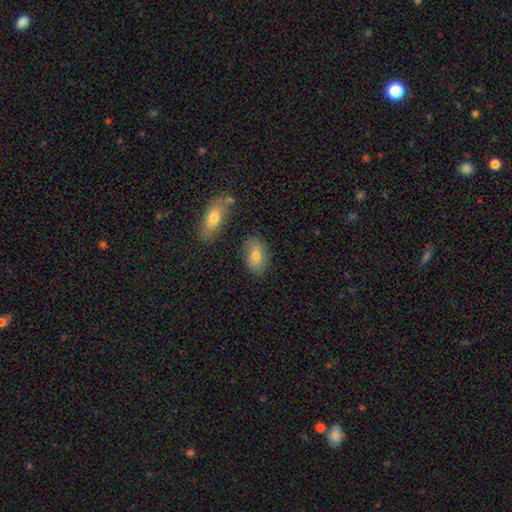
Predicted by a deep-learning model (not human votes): Q: Smooth or featured?
A: smooth (75%); runner-up: featured or disk (17%)
Q: How rounded?
A: in between (90%); runner-up: round (8%)
Q: Merging?
A: none (78%); runner-up: minor disturbance (14%)